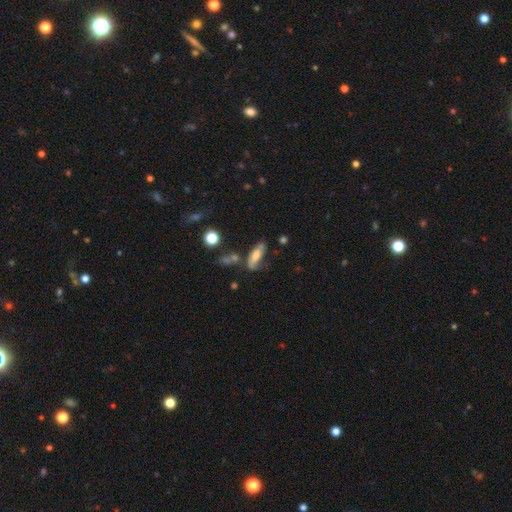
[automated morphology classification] Smooth or featured? smooth (55%)
How rounded? in between (66%)
Merging? none (47%)